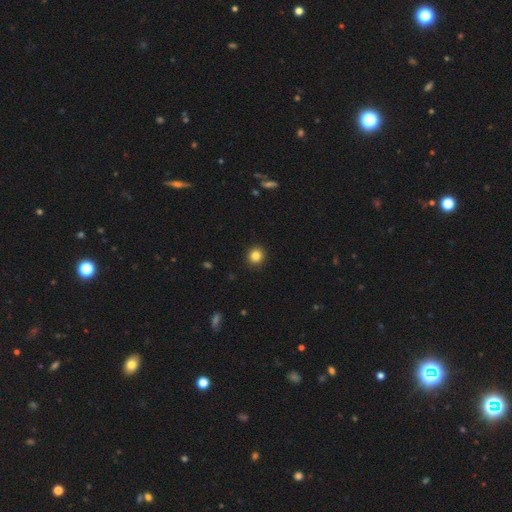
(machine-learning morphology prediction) Smooth or featured?
  - smooth: 84% *
  - star or artifact: 11%
  - featured or disk: 5%
How rounded?
  - round: 90% *
  - in between: 9%
  - cigar-shaped: 1%
Merging?
  - none: 92% *
  - minor disturbance: 5%
  - major disturbance: 2%
  - merger: 1%